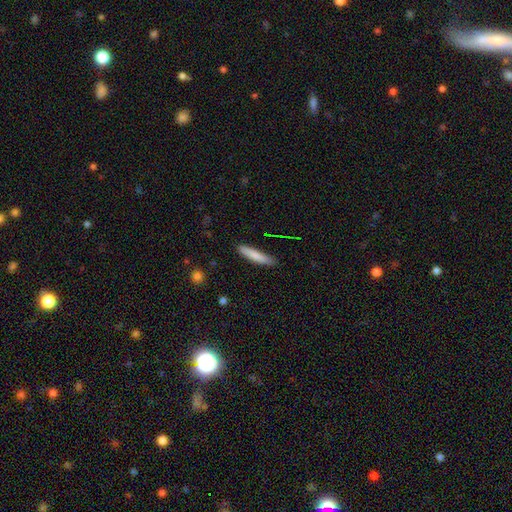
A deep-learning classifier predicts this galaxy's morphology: smooth_or_featured: smooth (p=0.81) [alt: featured or disk p=0.13]
how_rounded: cigar-shaped (p=0.89) [alt: in between p=0.09]
merging: none (p=0.85) [alt: minor disturbance p=0.11]